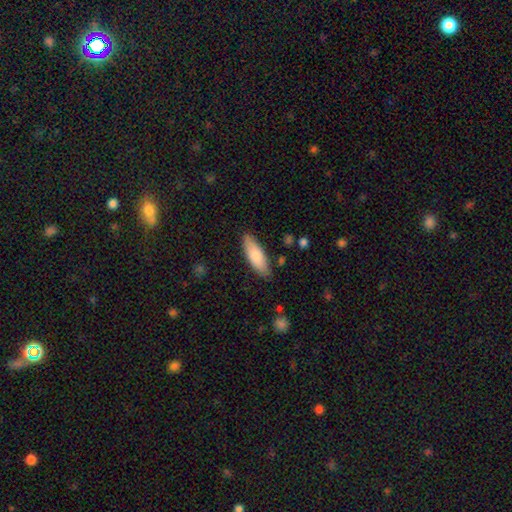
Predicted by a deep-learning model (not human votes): The model was most divided on "how rounded": in between: 61%, cigar-shaped: 37%, round: 2%. More confident: merging — none (84%); smooth or featured — smooth (83%).